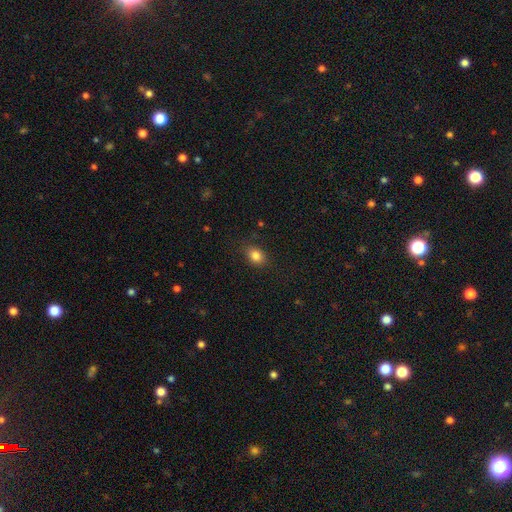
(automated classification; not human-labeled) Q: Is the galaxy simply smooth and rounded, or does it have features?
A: smooth — 84%.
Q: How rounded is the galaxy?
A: in between — 63%.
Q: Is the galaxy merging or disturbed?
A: none — 84%.